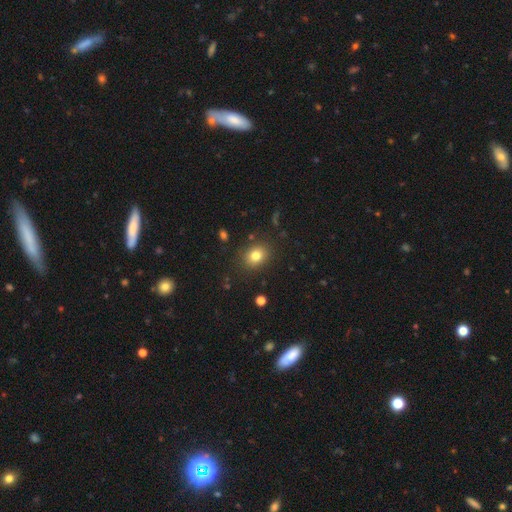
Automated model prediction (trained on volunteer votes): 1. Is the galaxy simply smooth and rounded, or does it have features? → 80% smooth, 12% star or artifact, 8% featured or disk.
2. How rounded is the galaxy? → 55% round, 44% in between, 1% cigar-shaped.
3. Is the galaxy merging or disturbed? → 86% none, 9% minor disturbance, 3% major disturbance, 2% merger.